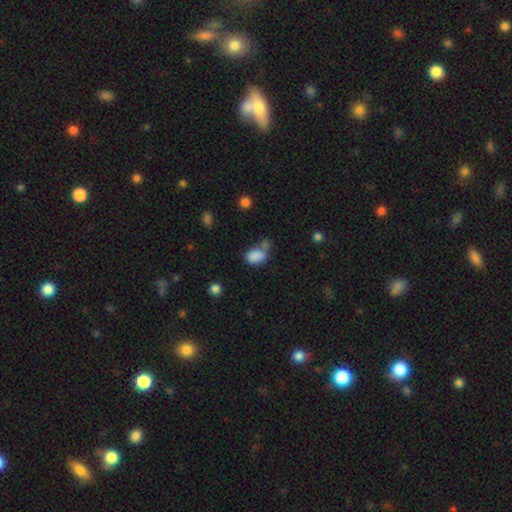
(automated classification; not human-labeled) The model was most divided on "merging": none: 43%, merger: 27%, minor disturbance: 20%, major disturbance: 9%. More confident: smooth or featured — smooth (84%); how rounded — in between (83%).